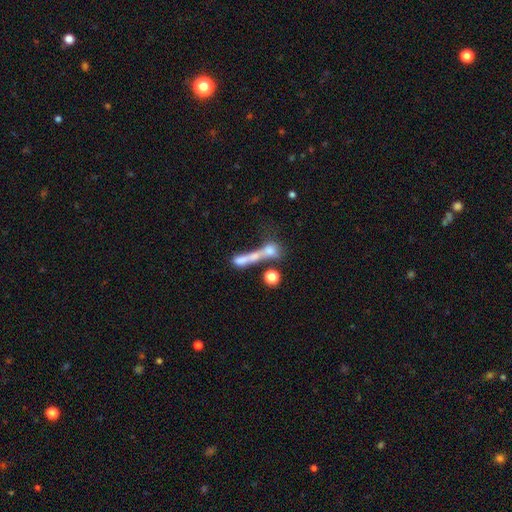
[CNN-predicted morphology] A smooth galaxy with no disk features (51%) that is cigar-shaped (52%). Merging: merger (49%).